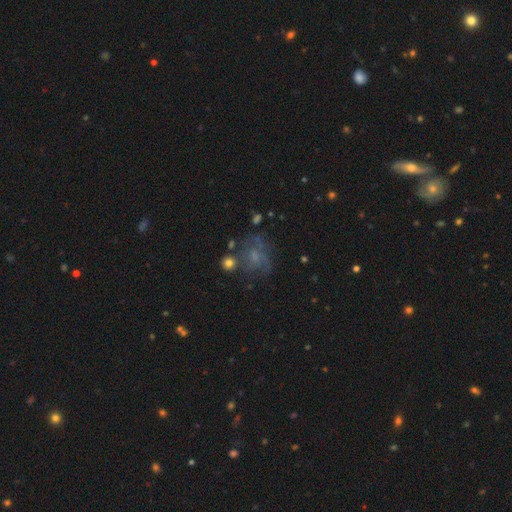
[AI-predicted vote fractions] featured or disk 47%, smooth 33%, star or artifact 20%. Down the decision tree: merging — none (49%).